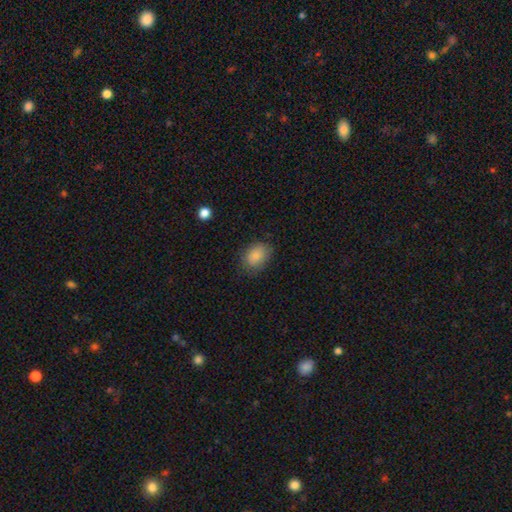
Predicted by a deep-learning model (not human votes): Smooth or featured? smooth (86%)
How rounded? in between (69%)
Merging? none (77%)